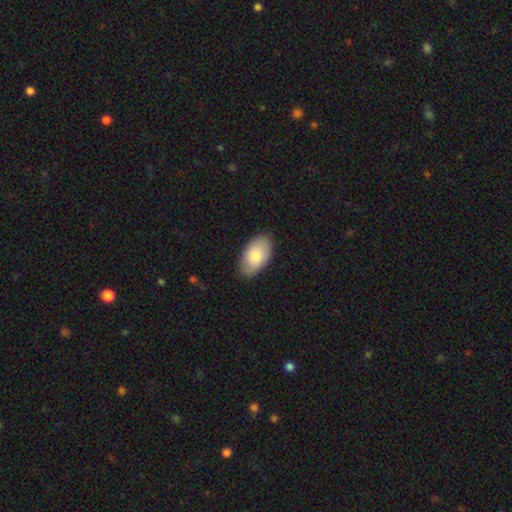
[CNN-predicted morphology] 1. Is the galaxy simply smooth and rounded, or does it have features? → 83% smooth, 12% featured or disk, 5% star or artifact.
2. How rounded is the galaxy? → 95% in between, 3% round, 1% cigar-shaped.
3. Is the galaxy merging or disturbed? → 85% none, 12% minor disturbance, 2% major disturbance, 1% merger.